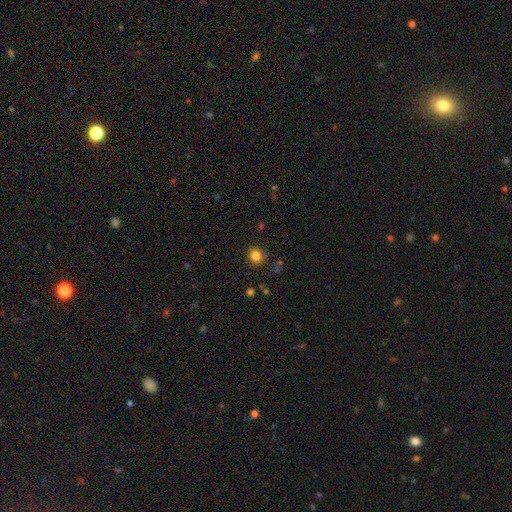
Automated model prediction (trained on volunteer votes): This is clearly a smooth galaxy (83%). How rounded: clearly round (88%). Merging: clearly none (86%).